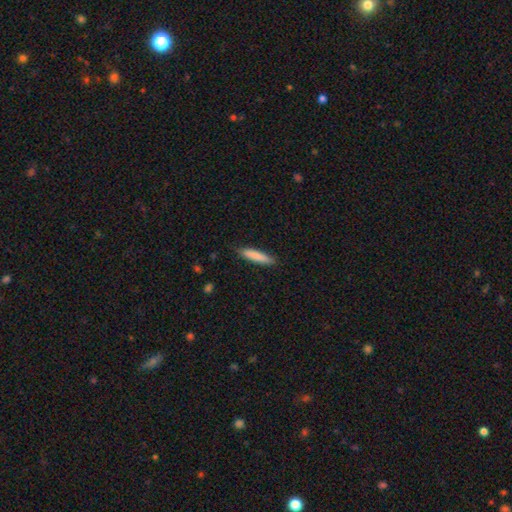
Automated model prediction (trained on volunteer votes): Overall: smooth (84%). How rounded: cigar-shaped (83%). Merging: none (85%).